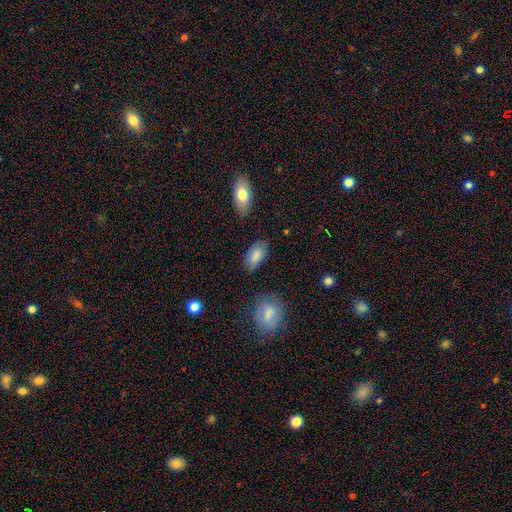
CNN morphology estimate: The model was most divided on "merging": none: 80%, minor disturbance: 14%, major disturbance: 3%, merger: 3%. More confident: how rounded — in between (94%); smooth or featured — smooth (86%).